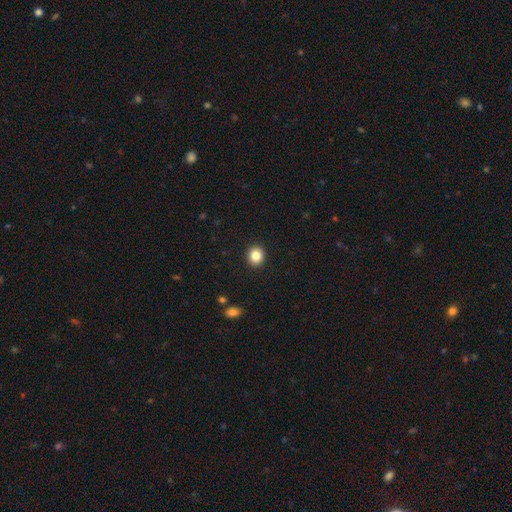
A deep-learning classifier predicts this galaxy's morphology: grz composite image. It shows a smooth galaxy with no disk features (85%) that is round (75%). Merging: none (92%).